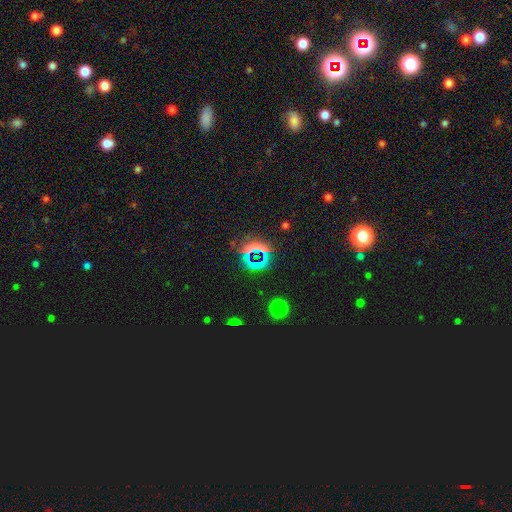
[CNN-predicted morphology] Smooth or featured? Predicted: star or artifact (p=0.70).